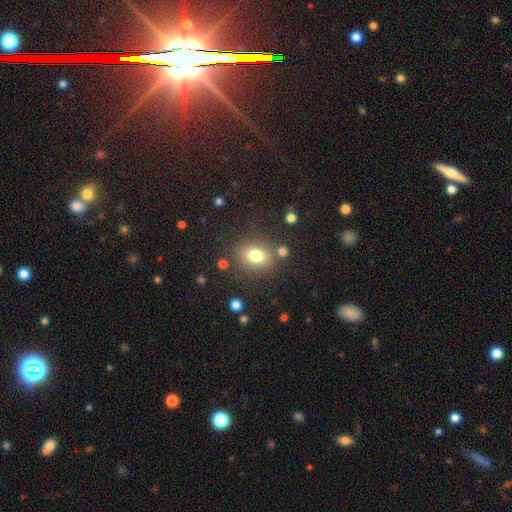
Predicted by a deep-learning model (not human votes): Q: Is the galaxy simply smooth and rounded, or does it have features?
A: smooth — 78%.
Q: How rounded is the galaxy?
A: in between — 57%.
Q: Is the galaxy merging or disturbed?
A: none — 78%.